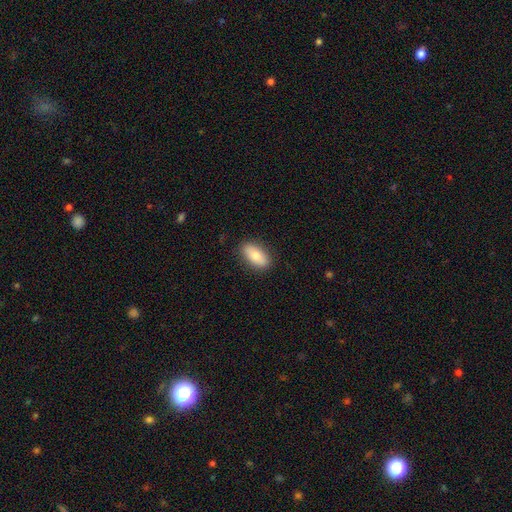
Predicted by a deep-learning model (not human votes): The model was most divided on "smooth or featured": smooth: 79%, featured or disk: 14%, star or artifact: 6%. More confident: how rounded — in between (88%); merging — none (87%).